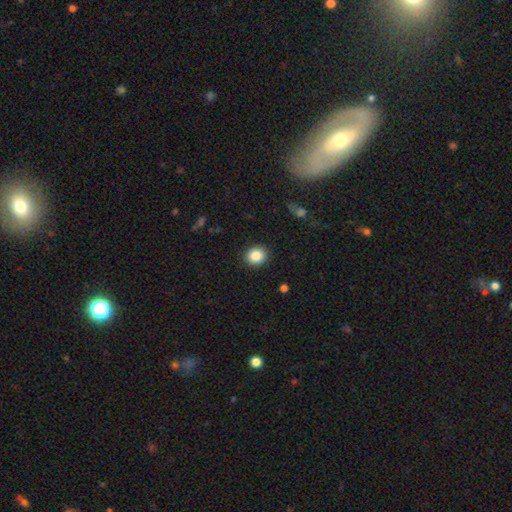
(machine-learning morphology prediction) smooth 86%, star or artifact 9%, featured or disk 4%. Down the decision tree: how rounded — round (77%); merging — none (91%).